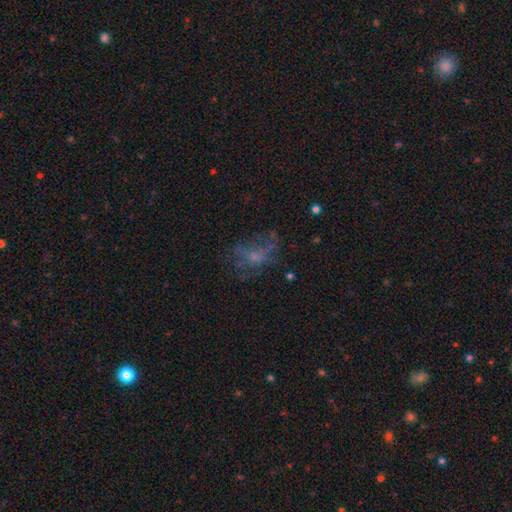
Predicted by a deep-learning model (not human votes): smooth-or-featured: featured or disk: 42% | smooth: 37% | star or artifact: 21%
  merging: none: 46% | major disturbance: 32% | minor disturbance: 19% | merger: 4%